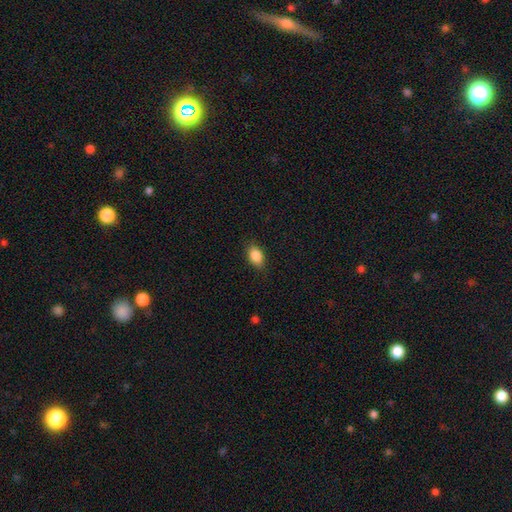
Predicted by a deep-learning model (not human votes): The model was most divided on "how rounded": in between: 85%, round: 13%, cigar-shaped: 2%. More confident: smooth or featured — smooth (87%); merging — none (85%).